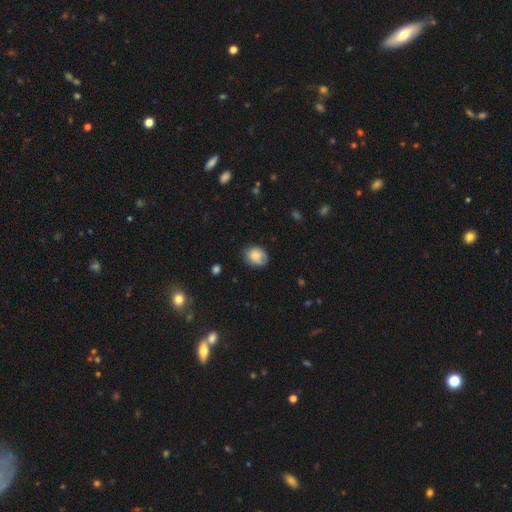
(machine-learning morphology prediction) This appears to be a smooth galaxy with no disk features (79%) that is round (55%). Merging: none (68%).